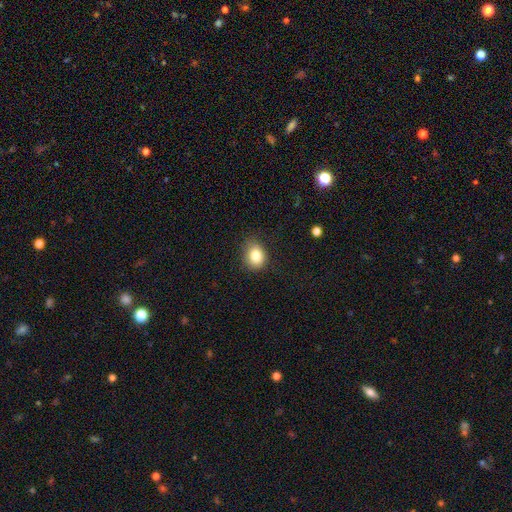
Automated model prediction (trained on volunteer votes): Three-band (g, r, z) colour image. It shows a smooth galaxy with no disk features (82%) that is in between round and cigar-shaped (50%). Merging: none (78%).